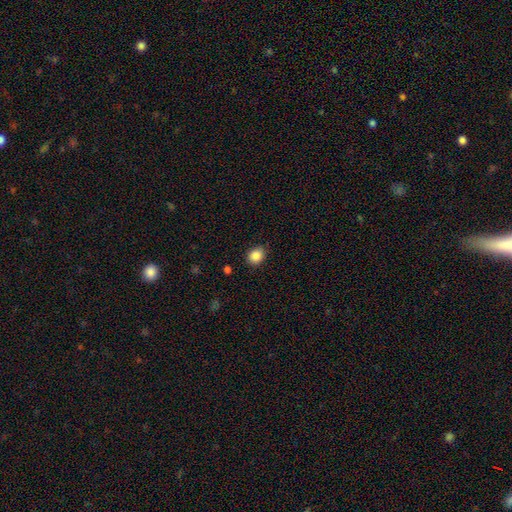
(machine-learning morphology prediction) A smooth galaxy with no disk features (87%) that is round (64%).

Vote fractions:
- Smooth or featured? smooth: 87% / star or artifact: 9% / featured or disk: 3%
- How rounded? round: 64% / in between: 36% / cigar-shaped: 1%
- Merging? none: 83% / minor disturbance: 13% / major disturbance: 3% / merger: 1%